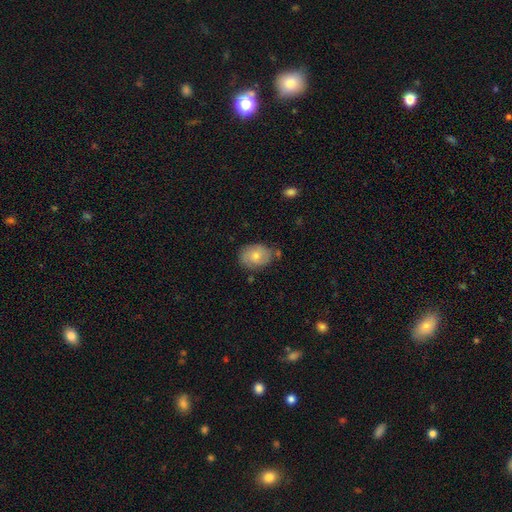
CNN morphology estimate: Smooth or featured? Predicted: smooth (p=0.60). How rounded? Predicted: in between (p=0.67). Merging? Predicted: none (p=0.69).